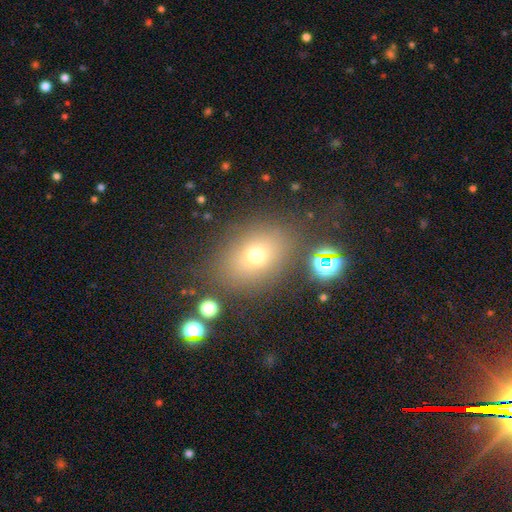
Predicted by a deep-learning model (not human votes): smooth 65%, star or artifact 20%, featured or disk 15%. Down the decision tree: how rounded — in between (59%); merging — none (76%).